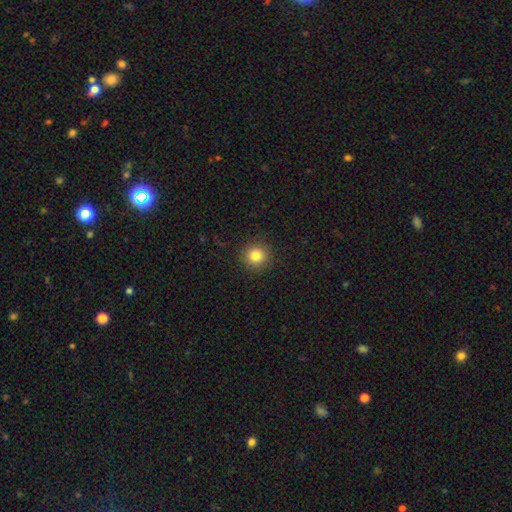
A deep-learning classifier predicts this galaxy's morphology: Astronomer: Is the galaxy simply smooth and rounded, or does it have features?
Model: smooth — 82%.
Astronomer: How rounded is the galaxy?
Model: round — 94%.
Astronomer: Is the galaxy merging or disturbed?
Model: none — 92%.